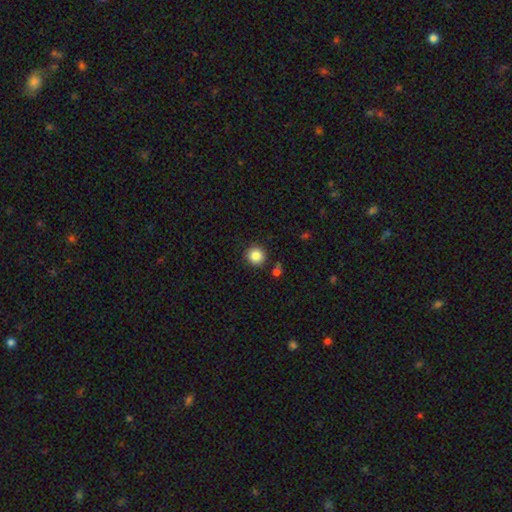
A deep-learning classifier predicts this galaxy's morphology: smooth-or-featured: smooth: 86% | star or artifact: 10% | featured or disk: 5%
  how-rounded: round: 94% | in between: 5% | cigar-shaped: 1%
  merging: none: 88% | minor disturbance: 7% | merger: 3% | major disturbance: 2%